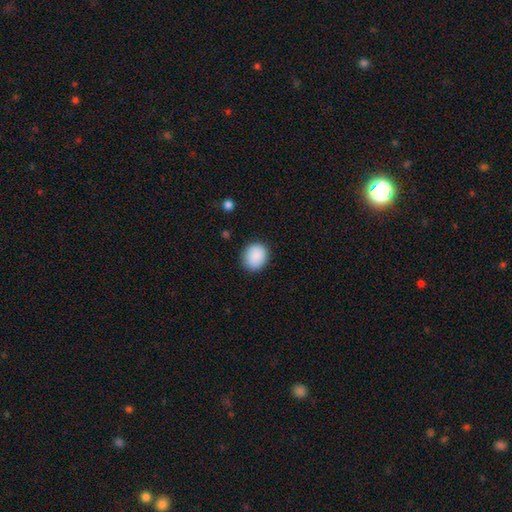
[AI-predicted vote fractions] Morphology: type=smooth (89%); roundness=round (69%); merging=none (88%).